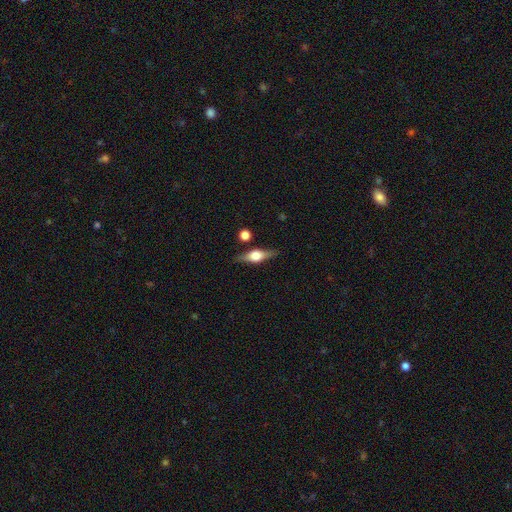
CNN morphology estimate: This appears to be a featured or disk galaxy (65%) viewed edge-on (95%) with a rounded central bulge (93%). Merging: none (83%).